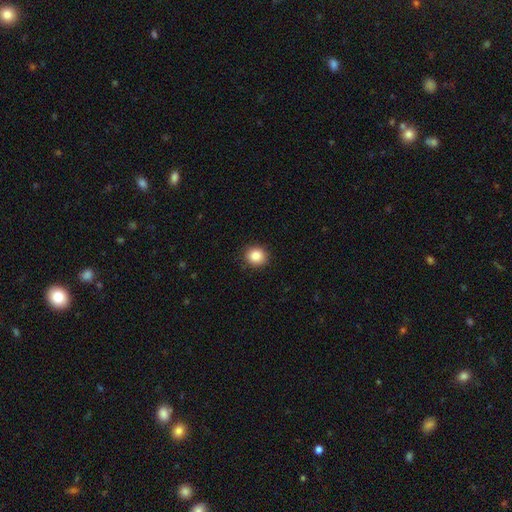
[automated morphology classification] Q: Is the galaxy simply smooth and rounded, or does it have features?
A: smooth — 86%.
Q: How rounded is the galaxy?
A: round — 85%.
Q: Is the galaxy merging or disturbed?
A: none — 90%.